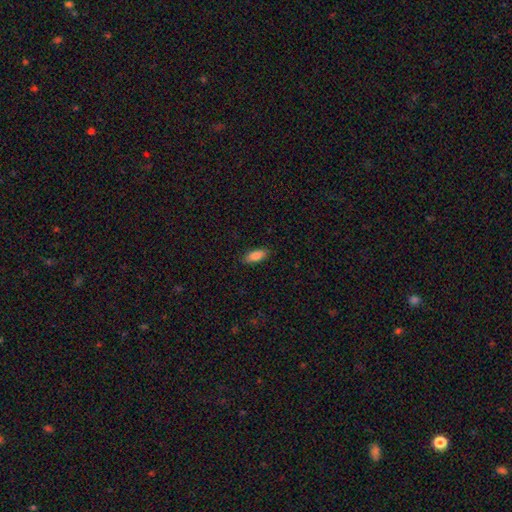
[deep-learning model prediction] smooth 88%, star or artifact 7%, featured or disk 6%. Down the decision tree: how rounded — in between (80%); merging — none (88%).